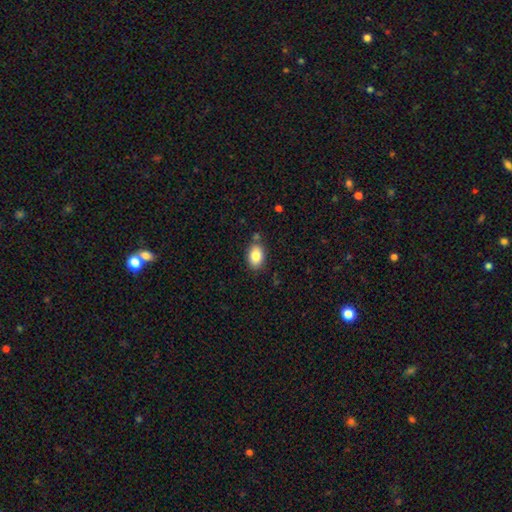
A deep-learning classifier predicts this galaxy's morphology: The model was most divided on "merging": none: 78%, minor disturbance: 14%, merger: 5%, major disturbance: 3%. More confident: how rounded — in between (84%); smooth or featured — smooth (83%).